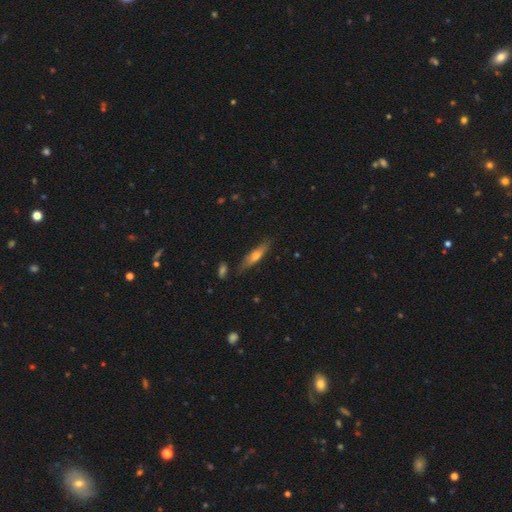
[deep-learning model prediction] This appears to be a smooth galaxy with no disk features (50%). Merging: none (81%).